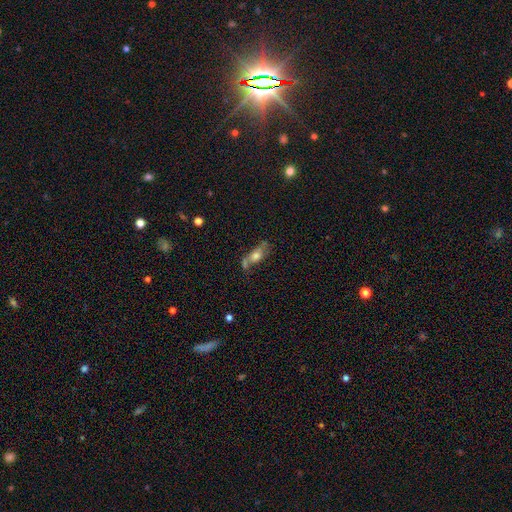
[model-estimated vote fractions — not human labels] The model was most divided on "merging": none: 37%, merger: 25%, minor disturbance: 23%, major disturbance: 16%. More confident: how rounded — in between (73%); smooth or featured — smooth (56%).